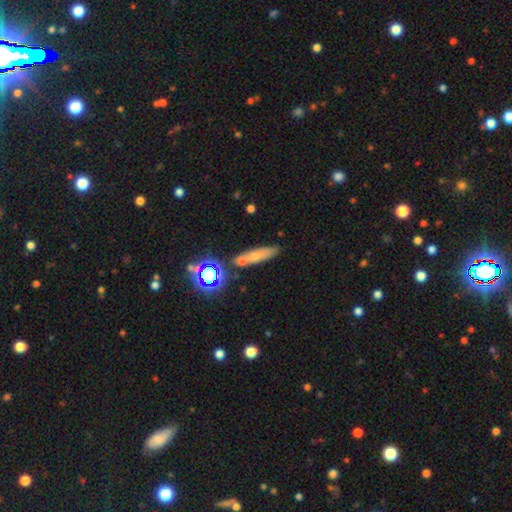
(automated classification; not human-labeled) smooth-or-featured: smooth: 60% | featured or disk: 21% | star or artifact: 19%
  how-rounded: cigar-shaped: 69% | in between: 24% | round: 7%
  merging: none: 66% | merger: 16% | minor disturbance: 13% | major disturbance: 4%